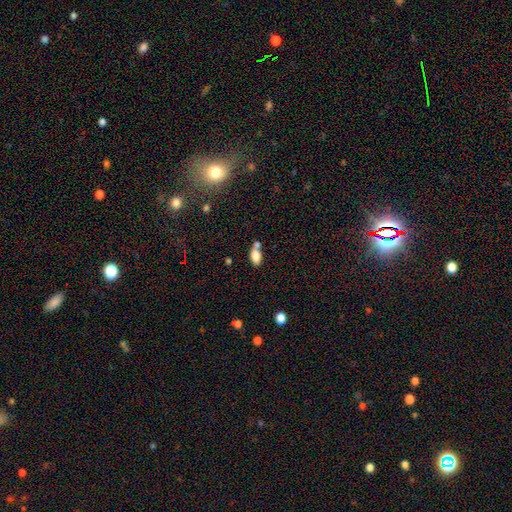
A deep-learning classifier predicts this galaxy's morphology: smooth-or-featured: smooth: 80% | featured or disk: 11% | star or artifact: 9%
  how-rounded: in between: 89% | round: 5% | cigar-shaped: 5%
  merging: none: 49% | merger: 32% | minor disturbance: 15% | major disturbance: 5%